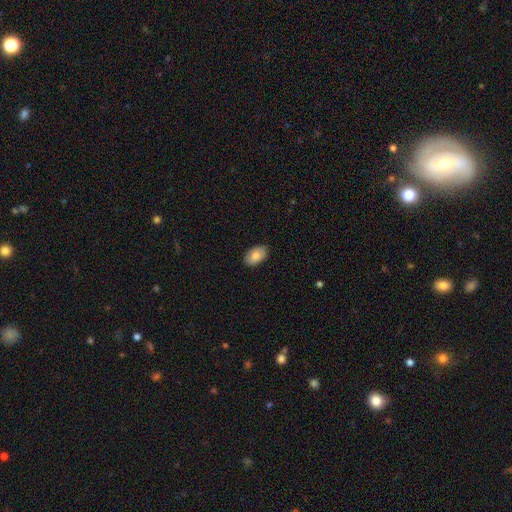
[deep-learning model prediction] Morphology: type=smooth (83%); roundness=in between (93%); merging=none (87%).